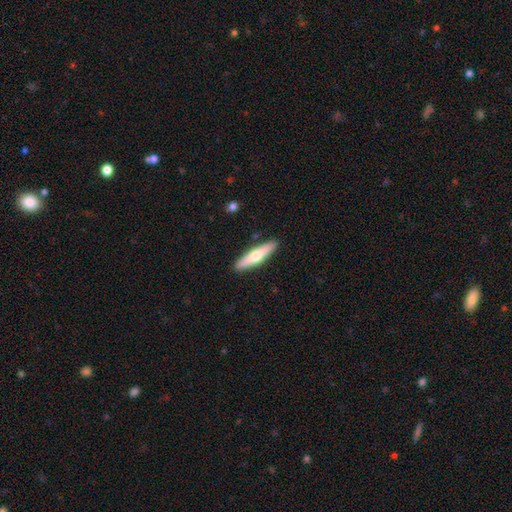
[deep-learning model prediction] This appears to be a smooth galaxy with no disk features (55%) that is cigar-shaped (83%). Merging: none (90%).